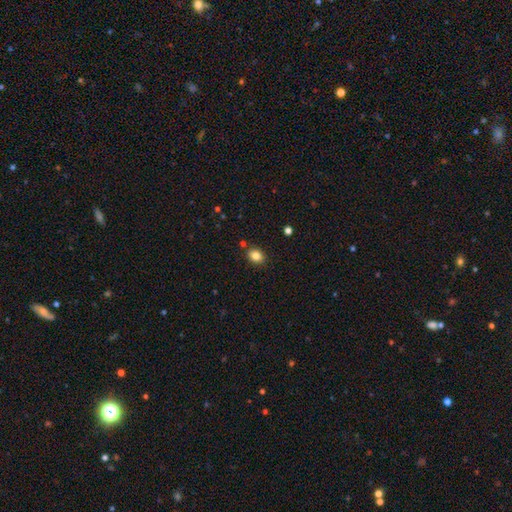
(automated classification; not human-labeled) Smooth or featured? smooth (84%)
How rounded? in between (61%)
Merging? none (85%)